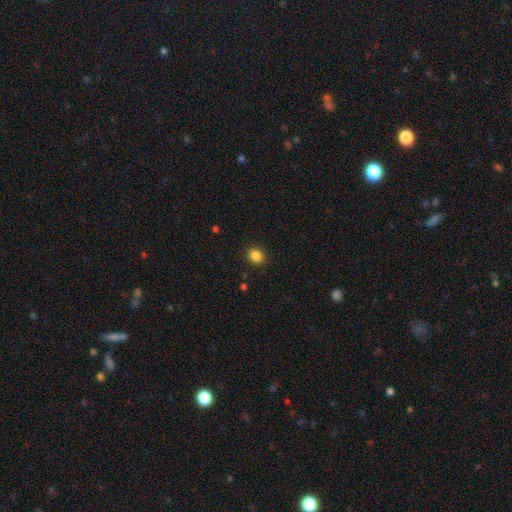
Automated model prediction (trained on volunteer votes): The model was most divided on "how rounded": round: 76%, in between: 23%, cigar-shaped: 1%. More confident: merging — none (91%); smooth or featured — smooth (85%).